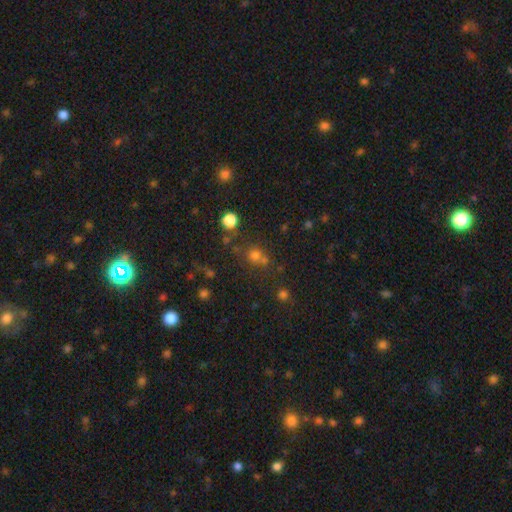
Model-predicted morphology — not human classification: Smooth or featured: smooth — 63% (star or artifact — 27%)
How rounded: round — 86% (in between — 13%)
Merging: none — 61% (merger — 25%)